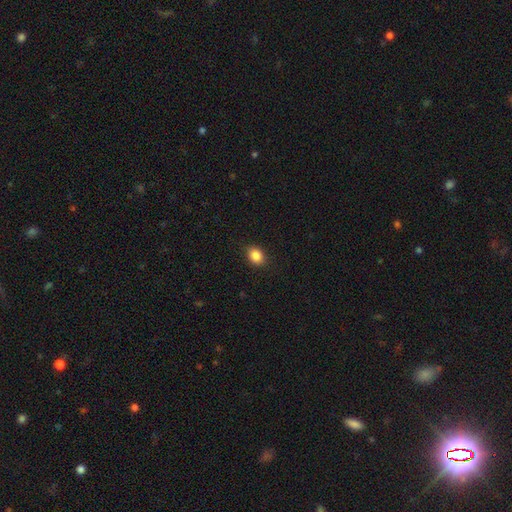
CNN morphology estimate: This is clearly a smooth galaxy (86%). How rounded: possibly in between (53%). Merging: clearly none (88%).